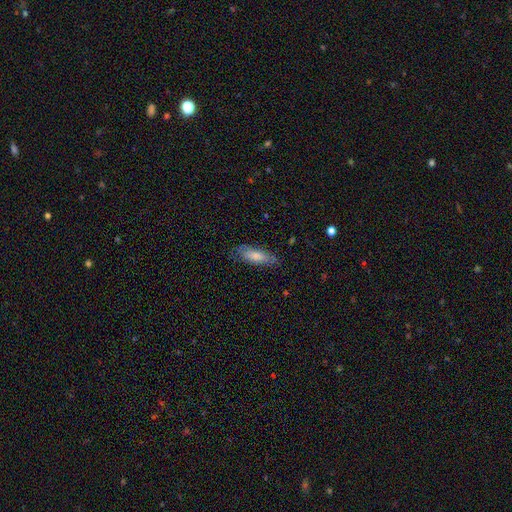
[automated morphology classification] Smooth or featured? smooth (65%)
How rounded? in between (50%)
Merging? none (78%)